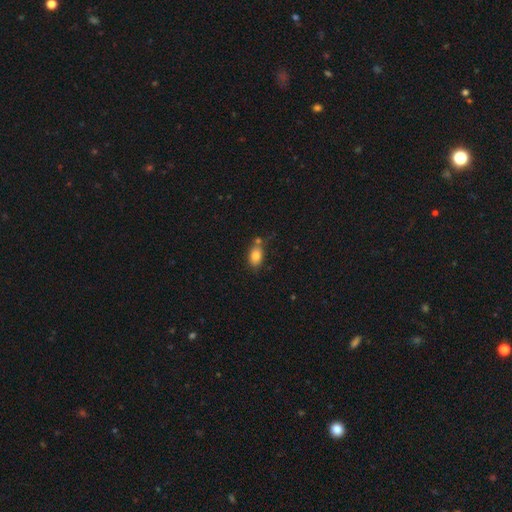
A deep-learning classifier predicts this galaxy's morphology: Q: Smooth or featured?
A: smooth (82%); runner-up: featured or disk (9%)
Q: How rounded?
A: in between (84%); runner-up: round (14%)
Q: Merging?
A: none (62%); runner-up: minor disturbance (17%)